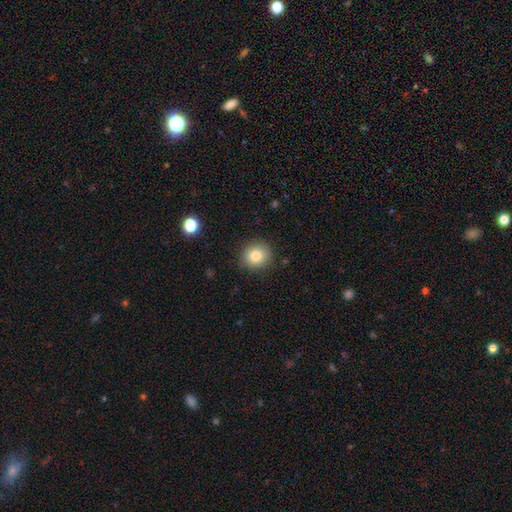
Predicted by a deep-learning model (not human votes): A smooth galaxy with no disk features (81%) that is round (84%).

Vote fractions:
- Smooth or featured? smooth: 81% / star or artifact: 10% / featured or disk: 9%
- How rounded? round: 84% / in between: 15% / cigar-shaped: 1%
- Merging? none: 87% / minor disturbance: 9% / major disturbance: 2% / merger: 1%